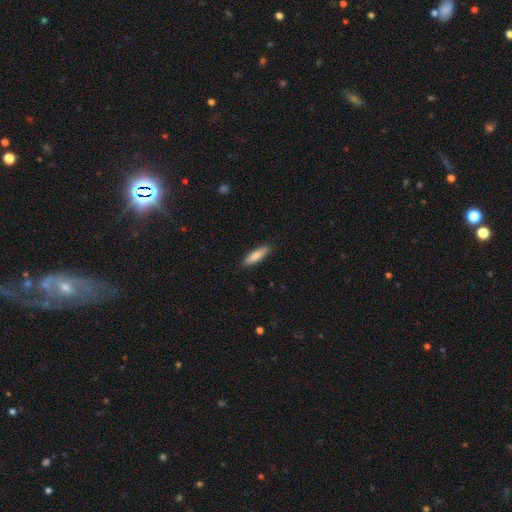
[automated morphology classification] smooth-or-featured: smooth: 82% | featured or disk: 12% | star or artifact: 5%
  how-rounded: cigar-shaped: 68% | in between: 31% | round: 1%
  merging: none: 88% | minor disturbance: 9% | major disturbance: 2% | merger: 1%